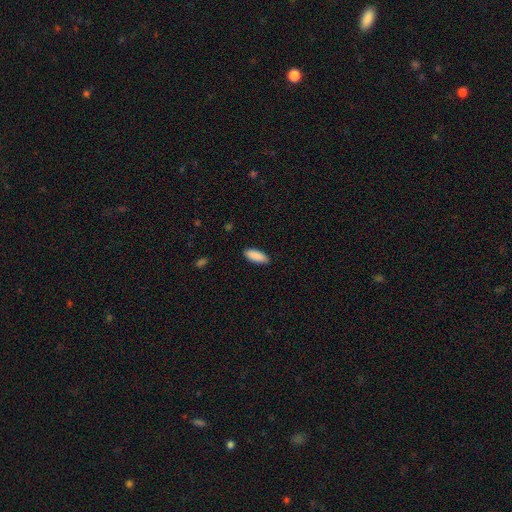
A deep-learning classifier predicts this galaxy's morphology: The model was most divided on "how rounded": in between: 75%, cigar-shaped: 24%, round: 2%. More confident: smooth or featured — smooth (90%); merging — none (88%).